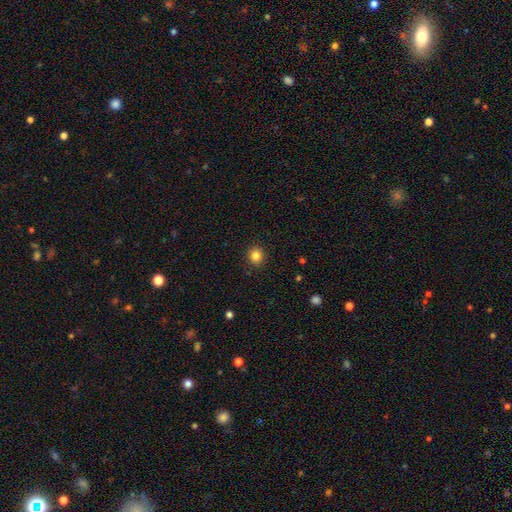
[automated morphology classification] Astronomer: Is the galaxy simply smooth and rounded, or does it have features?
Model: smooth — 84%.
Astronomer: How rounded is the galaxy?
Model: round — 88%.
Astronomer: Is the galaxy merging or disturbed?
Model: none — 92%.